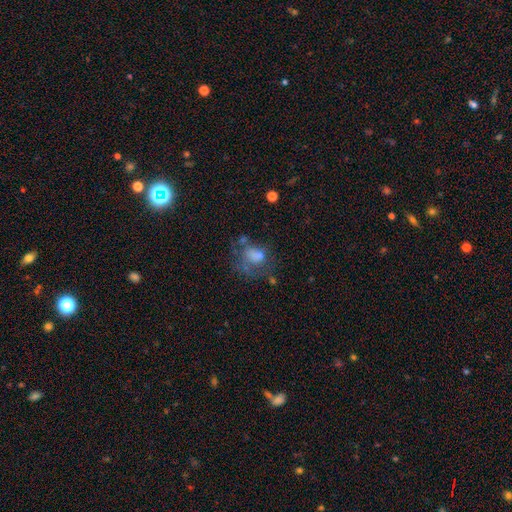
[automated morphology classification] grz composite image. It shows a smooth galaxy with no disk features (48%). Merging: none (36%).